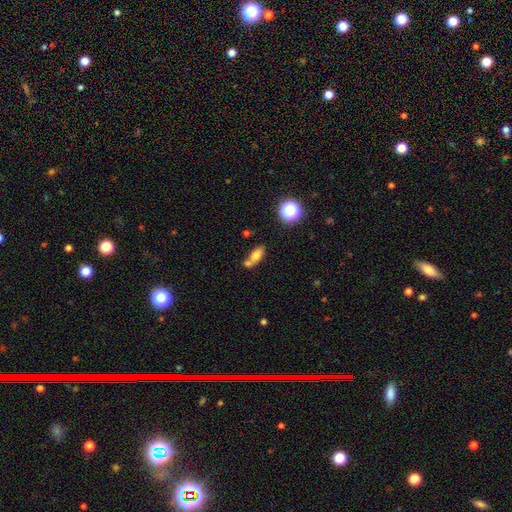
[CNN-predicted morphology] Smooth or featured? smooth (69%)
How rounded? in between (74%)
Merging? merger (42%)